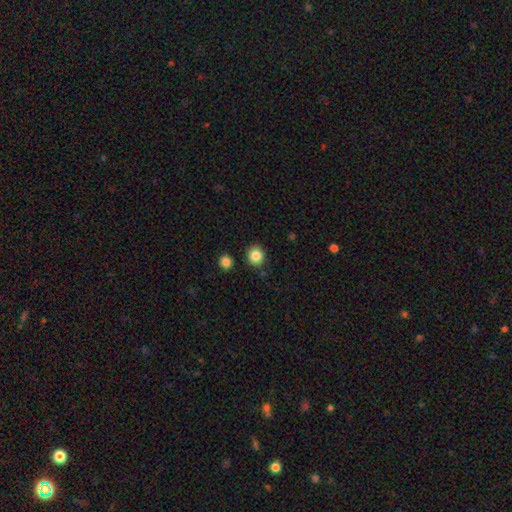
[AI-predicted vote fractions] A smooth galaxy with no disk features (85%) that is round (83%).

Vote fractions:
- Smooth or featured? smooth: 85% / star or artifact: 10% / featured or disk: 5%
- How rounded? round: 83% / in between: 16% / cigar-shaped: 1%
- Merging? none: 87% / minor disturbance: 8% / merger: 3% / major disturbance: 2%